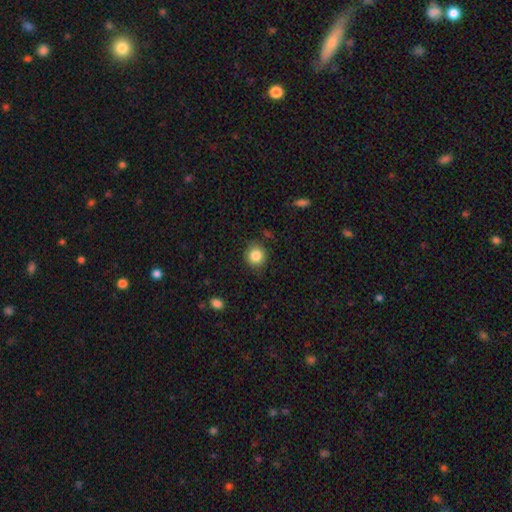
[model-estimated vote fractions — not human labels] The model was most divided on "merging": none: 84%, minor disturbance: 11%, major disturbance: 3%, merger: 2%. More confident: how rounded — round (86%); smooth or featured — smooth (85%).